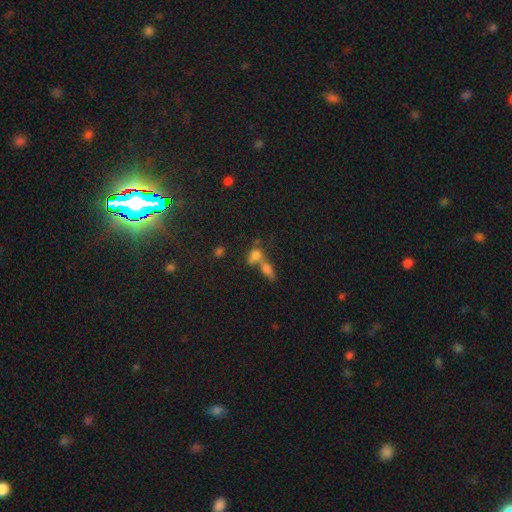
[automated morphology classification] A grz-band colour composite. It shows a smooth galaxy with no disk features (68%) that is in between round and cigar-shaped (71%). Merging: merger (60%).